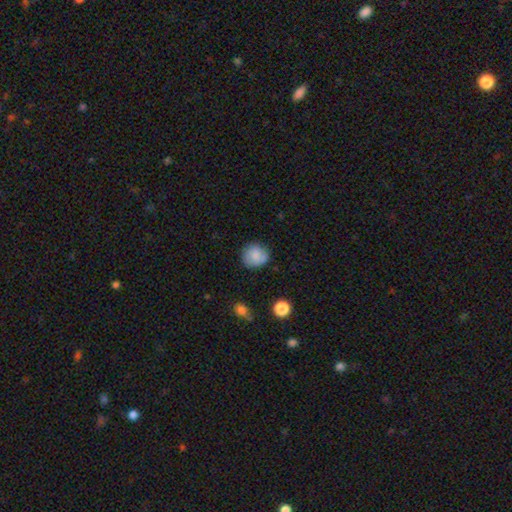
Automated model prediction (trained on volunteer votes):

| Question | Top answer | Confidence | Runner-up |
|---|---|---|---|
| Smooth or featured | smooth | 80% | featured or disk (12%) |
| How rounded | round | 87% | in between (12%) |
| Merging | none | 77% | minor disturbance (17%) |